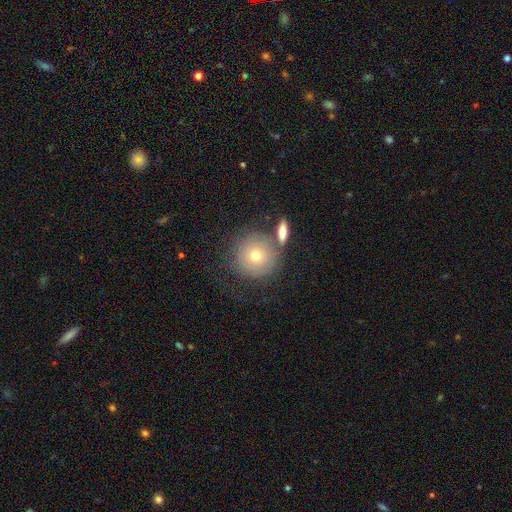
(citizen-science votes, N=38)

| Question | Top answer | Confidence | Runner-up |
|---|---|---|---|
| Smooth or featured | smooth | 50% | featured or disk (42%) |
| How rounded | round | 100% | — |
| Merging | none | 63% | major disturbance (20%) |